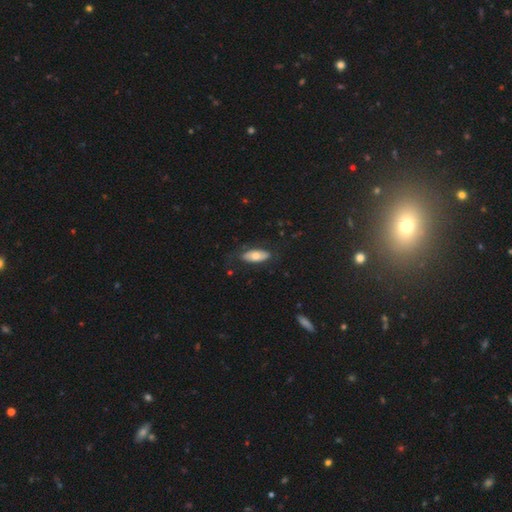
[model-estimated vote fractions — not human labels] Smooth or featured: smooth — 66% (featured or disk — 29%)
How rounded: in between — 84% (cigar-shaped — 13%)
Merging: none — 75% (minor disturbance — 17%)